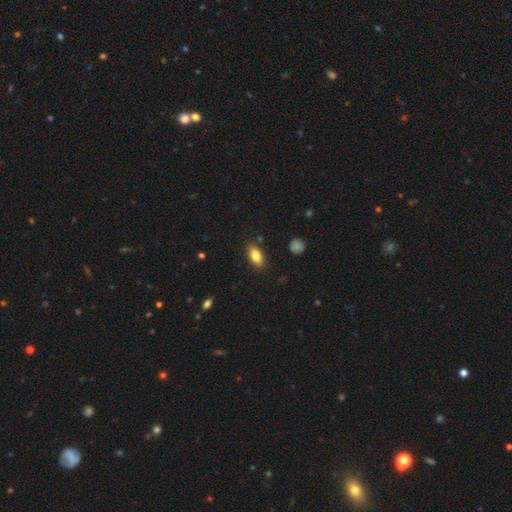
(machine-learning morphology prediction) This appears to be a smooth galaxy with no disk features (81%) that is in between round and cigar-shaped (87%). Merging: none (86%).